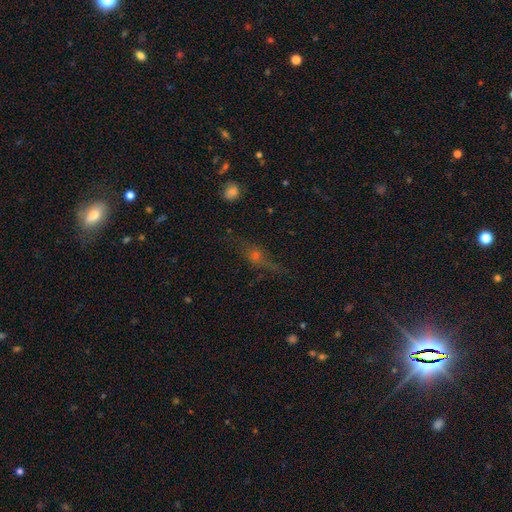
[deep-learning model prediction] smooth-or-featured: featured or disk: 44% | smooth: 28% | star or artifact: 28%
  merging: none: 67% | minor disturbance: 18% | major disturbance: 12% | merger: 3%